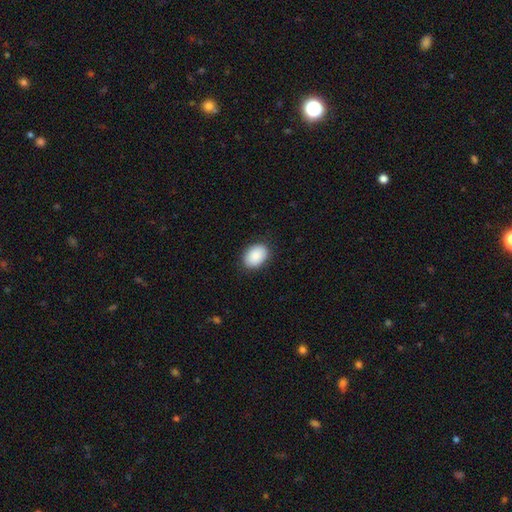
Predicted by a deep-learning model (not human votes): The model was most divided on "how rounded": in between: 82%, round: 17%, cigar-shaped: 1%. More confident: smooth or featured — smooth (90%); merging — none (87%).